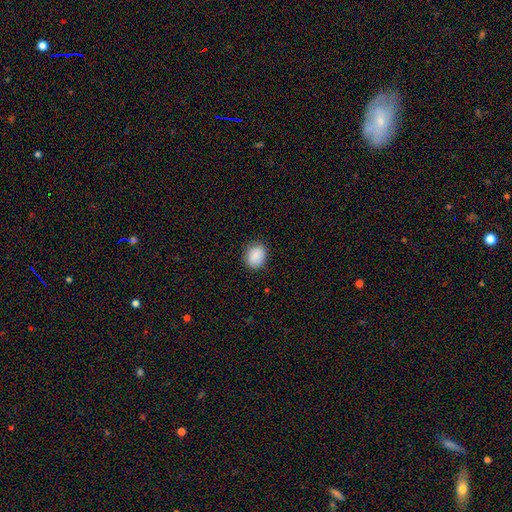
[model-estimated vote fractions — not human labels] Q: Smooth or featured?
A: smooth (88%); runner-up: star or artifact (8%)
Q: How rounded?
A: round (58%); runner-up: in between (42%)
Q: Merging?
A: none (86%); runner-up: minor disturbance (11%)